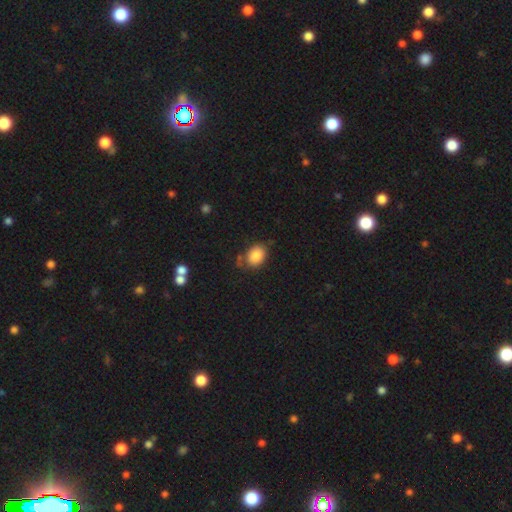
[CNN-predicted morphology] This appears to be a smooth galaxy with no disk features (85%) that is in between round and cigar-shaped (69%). Merging: none (70%).